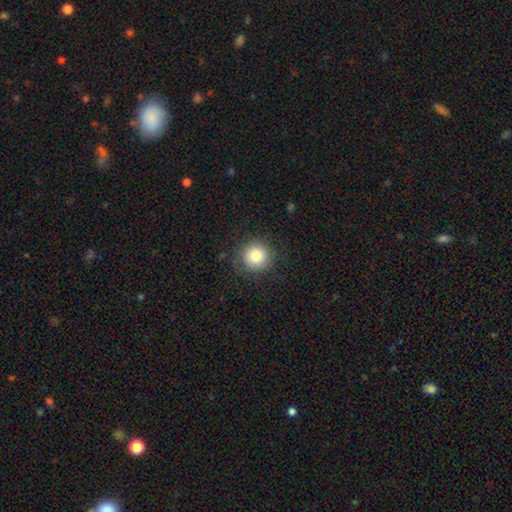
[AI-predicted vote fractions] Morphology: type=smooth (81%); roundness=round (94%); merging=none (86%).